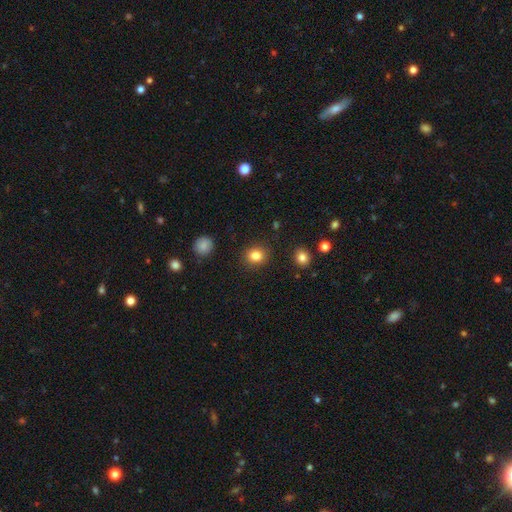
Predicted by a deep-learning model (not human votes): Overall: smooth (84%). How rounded: round (76%). Merging: none (89%).